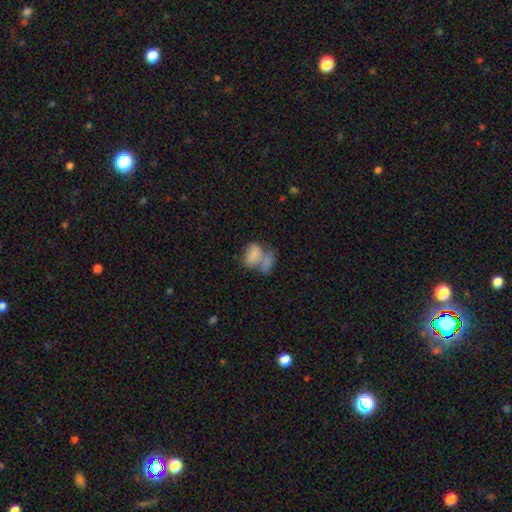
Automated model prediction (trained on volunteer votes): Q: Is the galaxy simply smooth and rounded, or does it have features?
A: smooth — 74%.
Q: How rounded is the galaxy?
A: in between — 83%.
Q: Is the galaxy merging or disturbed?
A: merger — 64%.